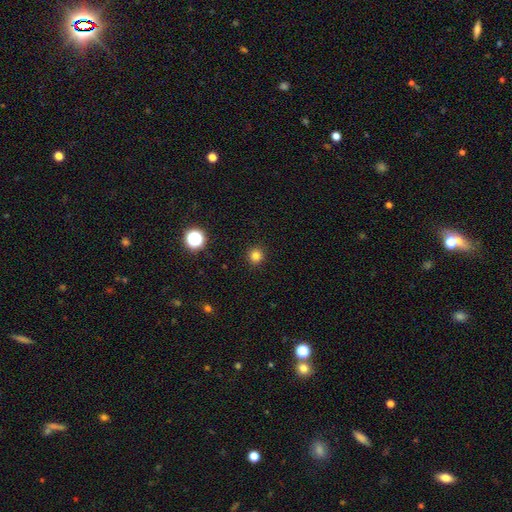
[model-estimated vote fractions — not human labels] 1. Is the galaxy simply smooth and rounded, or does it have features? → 81% smooth, 15% star or artifact, 4% featured or disk.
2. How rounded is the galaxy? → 95% round, 4% in between, 1% cigar-shaped.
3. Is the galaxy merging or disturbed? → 92% none, 5% minor disturbance, 2% major disturbance, 1% merger.